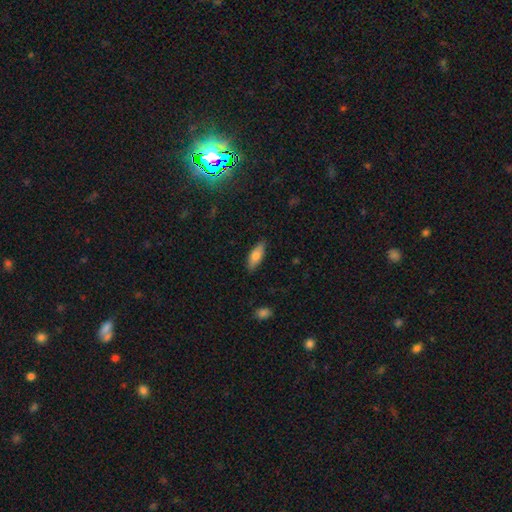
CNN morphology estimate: Overall: smooth (75%). How rounded: in between (66%; cigar-shaped 32%). Merging: none (87%).